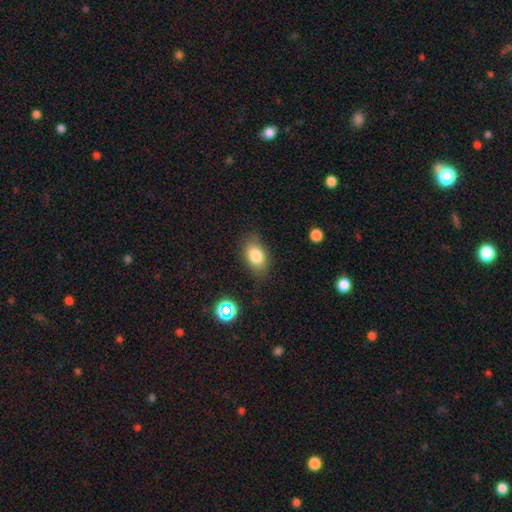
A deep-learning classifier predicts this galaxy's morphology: Q: Smooth or featured?
A: smooth (81%); runner-up: featured or disk (10%)
Q: How rounded?
A: in between (84%); runner-up: round (14%)
Q: Merging?
A: none (79%); runner-up: minor disturbance (15%)